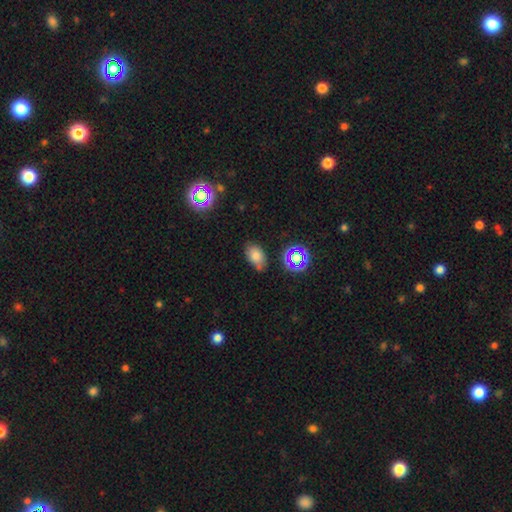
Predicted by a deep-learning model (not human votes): smooth 71%, star or artifact 18%, featured or disk 12%. Down the decision tree: how rounded — in between (86%); merging — none (69%).